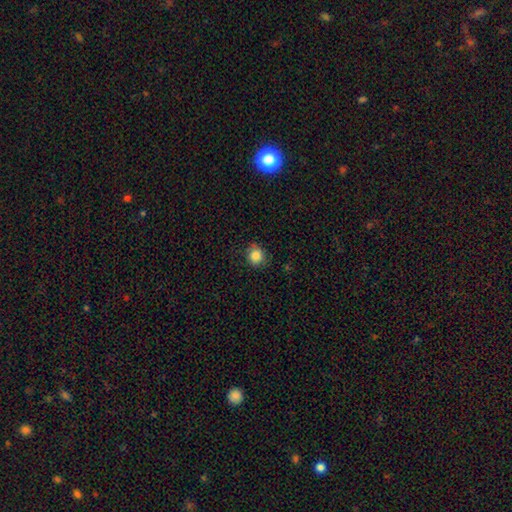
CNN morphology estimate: The model was most divided on "merging": none: 82%, minor disturbance: 14%, major disturbance: 3%, merger: 1%. More confident: how rounded — round (86%); smooth or featured — smooth (84%).